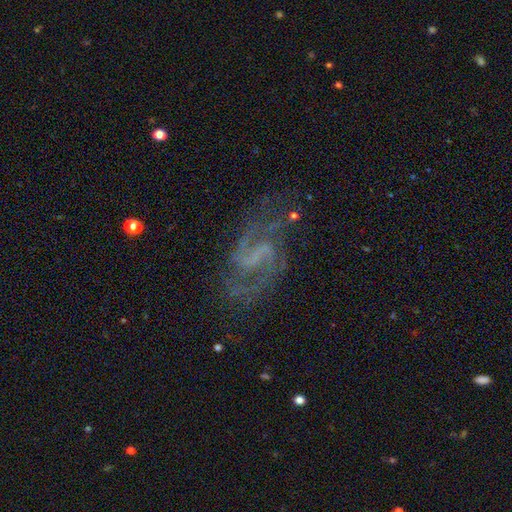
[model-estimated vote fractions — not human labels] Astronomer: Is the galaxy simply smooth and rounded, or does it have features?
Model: featured or disk — 88%.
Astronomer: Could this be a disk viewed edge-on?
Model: no — 98%.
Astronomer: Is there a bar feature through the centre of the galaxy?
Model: weak — 50% (runner-up: strong, 29%).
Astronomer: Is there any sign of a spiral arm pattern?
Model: yes — 97%.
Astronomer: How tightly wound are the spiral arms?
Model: medium — 54% (runner-up: loose, 32%).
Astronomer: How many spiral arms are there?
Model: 2 — 89%.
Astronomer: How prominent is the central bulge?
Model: none — 61%.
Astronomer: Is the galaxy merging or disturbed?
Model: none — 70%.